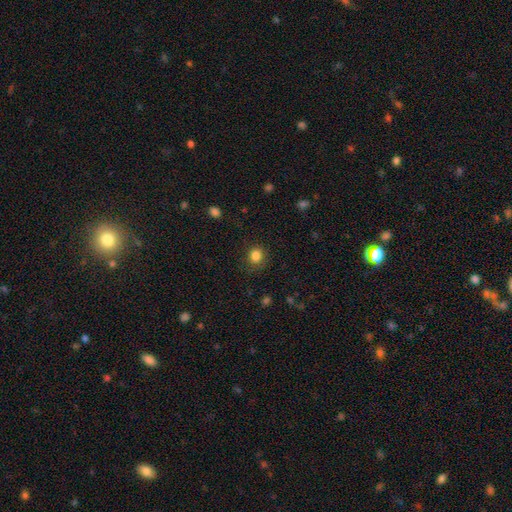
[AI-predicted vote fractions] A smooth galaxy with no disk features (84%) that is round (80%).

Vote fractions:
- Smooth or featured? smooth: 84% / star or artifact: 12% / featured or disk: 4%
- How rounded? round: 80% / in between: 19% / cigar-shaped: 1%
- Merging? none: 84% / minor disturbance: 11% / major disturbance: 4% / merger: 1%